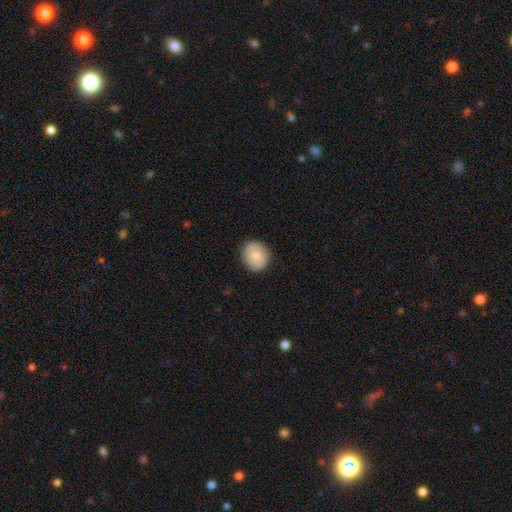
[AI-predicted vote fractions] Smooth or featured?
  - smooth: 78% *
  - featured or disk: 15%
  - star or artifact: 7%
How rounded?
  - round: 77% *
  - in between: 22%
  - cigar-shaped: 1%
Merging?
  - none: 88% *
  - minor disturbance: 9%
  - major disturbance: 2%
  - merger: 1%